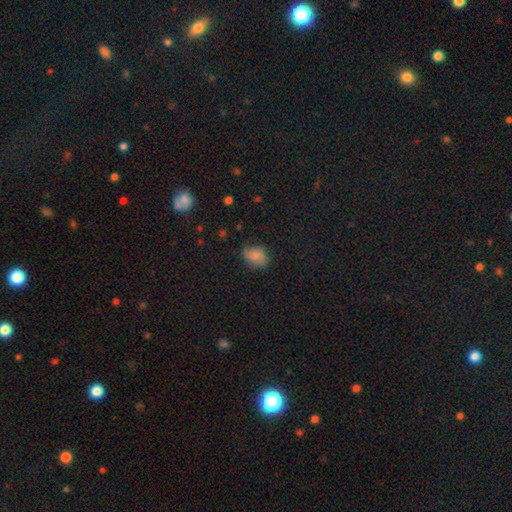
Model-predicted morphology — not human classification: Smooth or featured: smooth — 75% (featured or disk — 14%)
How rounded: in between — 69% (round — 29%)
Merging: none — 64% (minor disturbance — 27%)